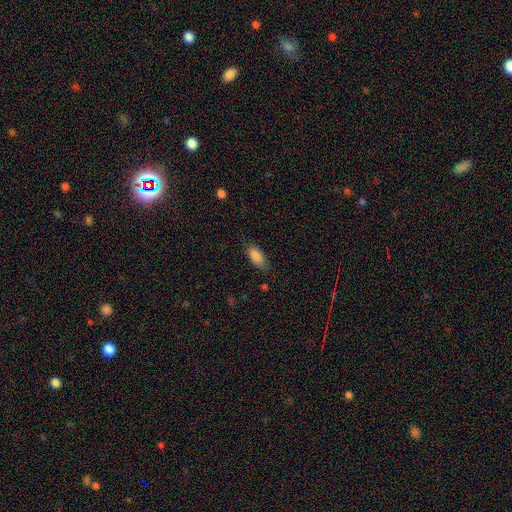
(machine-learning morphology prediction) smooth 85%, featured or disk 8%, star or artifact 7%. Down the decision tree: how rounded — in between (84%); merging — none (72%).